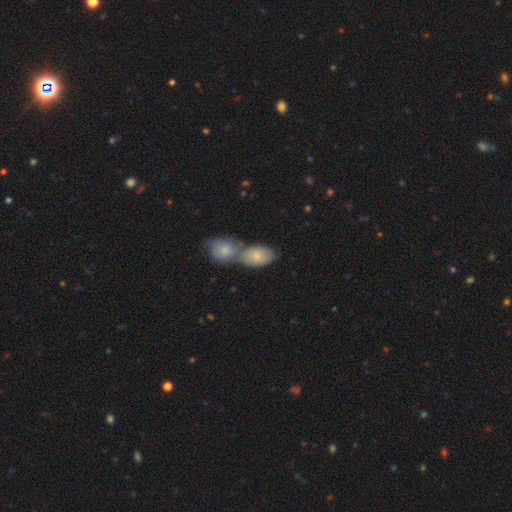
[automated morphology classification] Smooth or featured? Predicted: smooth (p=0.71). How rounded? Predicted: in between (p=0.86). Merging? Predicted: merger (p=0.64).